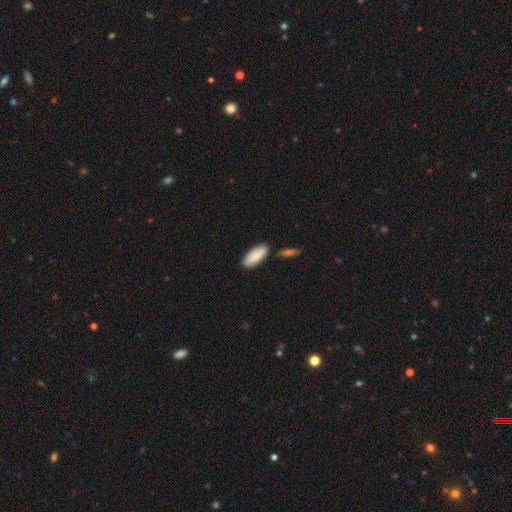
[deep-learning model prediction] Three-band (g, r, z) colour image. It shows a smooth galaxy with no disk features (85%) that is in between round and cigar-shaped (79%). Merging: none (80%).